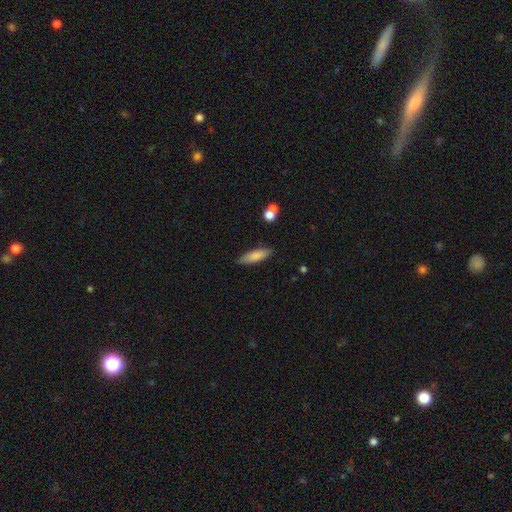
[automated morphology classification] smooth 80%, featured or disk 14%, star or artifact 7%. Down the decision tree: how rounded — cigar-shaped (58%); merging — none (85%).